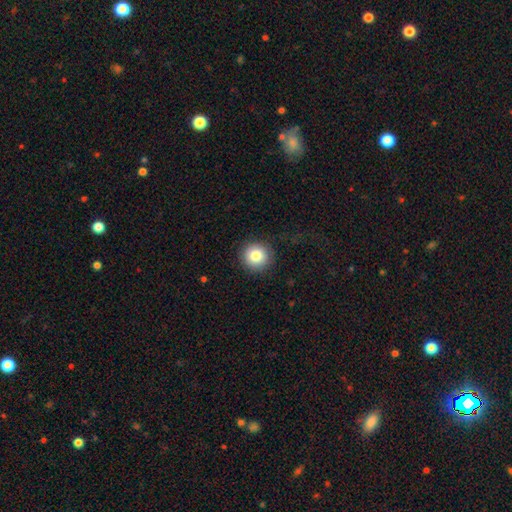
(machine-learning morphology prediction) This appears to be a smooth galaxy with no disk features (84%) that is round (94%). Merging: none (88%).